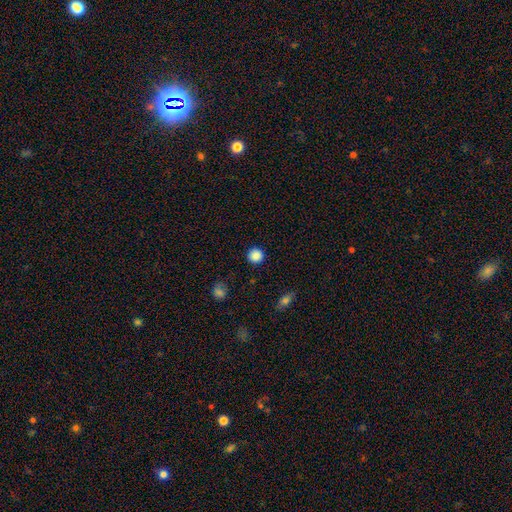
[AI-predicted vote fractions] smooth-or-featured: smooth: 87% | star or artifact: 10% | featured or disk: 3%
  how-rounded: round: 94% | in between: 5% | cigar-shaped: 1%
  merging: none: 91% | minor disturbance: 6% | major disturbance: 2% | merger: 1%